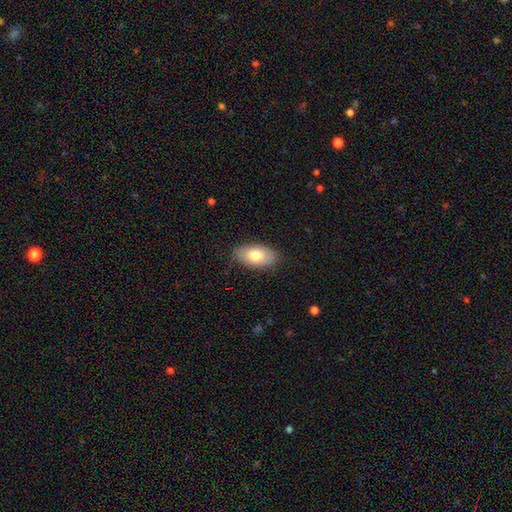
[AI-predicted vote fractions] Q: Smooth or featured?
A: smooth (76%); runner-up: featured or disk (18%)
Q: How rounded?
A: in between (94%); runner-up: round (4%)
Q: Merging?
A: none (85%); runner-up: minor disturbance (12%)